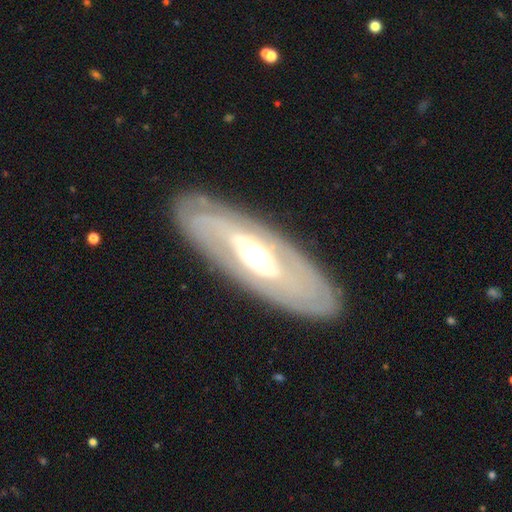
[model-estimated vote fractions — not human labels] featured or disk 77%, smooth 18%, star or artifact 5%. Down the decision tree: edge-on disk — no (79%); bar — no (58%); spiral arms — yes (58%); bulge size — moderate (66%); merging — none (85%).